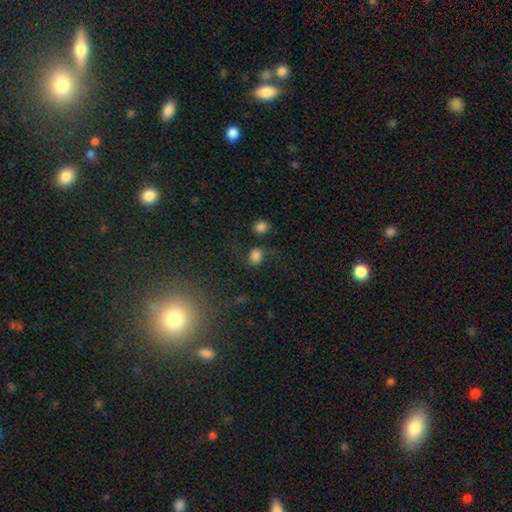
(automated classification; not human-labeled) Smooth or featured? smooth (68%)
How rounded? round (62%)
Merging? none (56%)